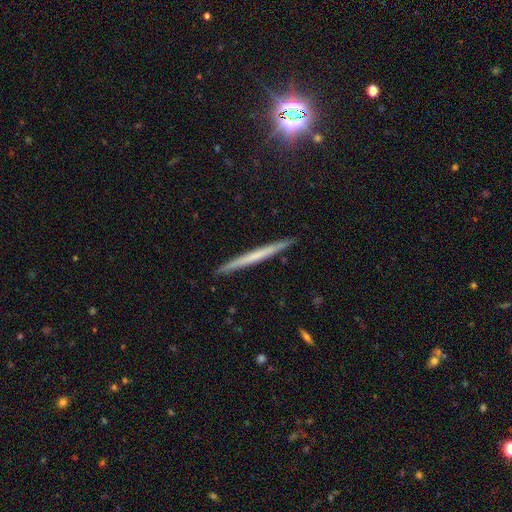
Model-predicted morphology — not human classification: Smooth or featured? featured or disk (46%, tied with smooth)
Merging? none (91%)